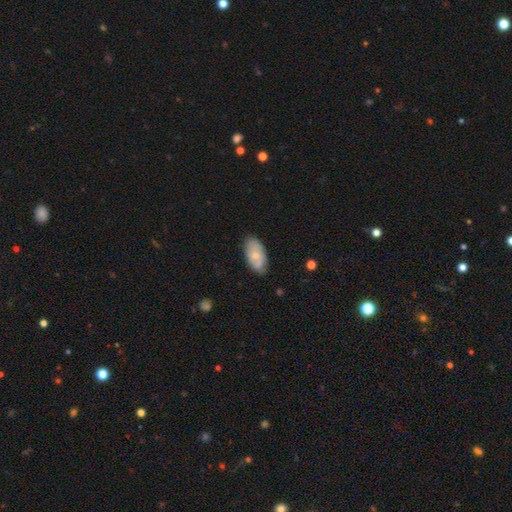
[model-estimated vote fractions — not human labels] Smooth or featured? Predicted: smooth (p=0.58). How rounded? Predicted: in between (p=0.93). Merging? Predicted: none (p=0.71).